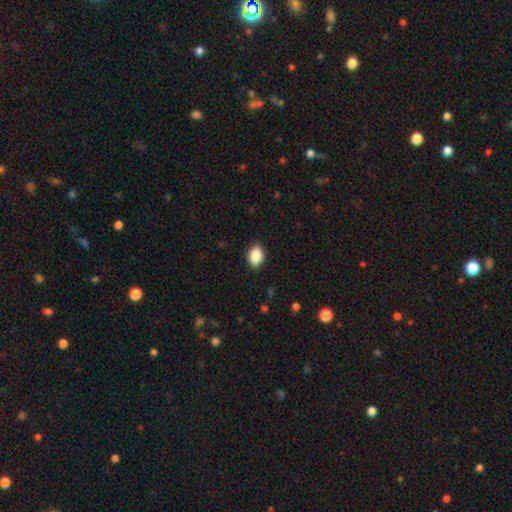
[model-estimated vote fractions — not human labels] A smooth galaxy with no disk features (87%) that is in between round and cigar-shaped (80%). Merging: none (88%).